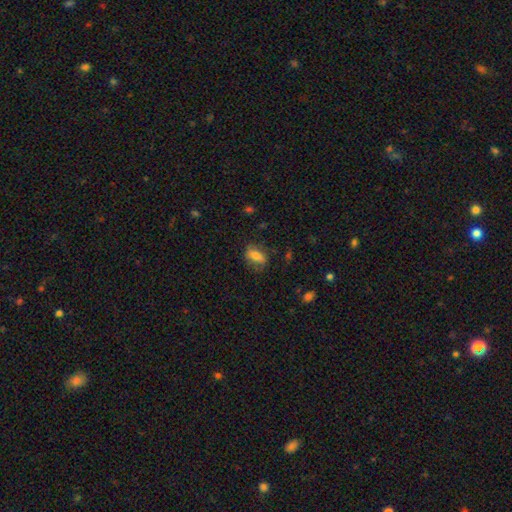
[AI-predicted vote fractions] A smooth galaxy with no disk features (72%) that is in between round and cigar-shaped (82%). Merging: none (67%).